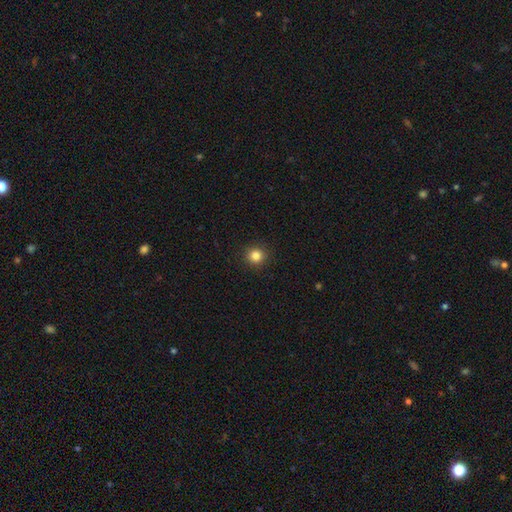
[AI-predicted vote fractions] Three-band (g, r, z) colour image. It shows a smooth galaxy with no disk features (84%) that is round (94%). Merging: none (92%).